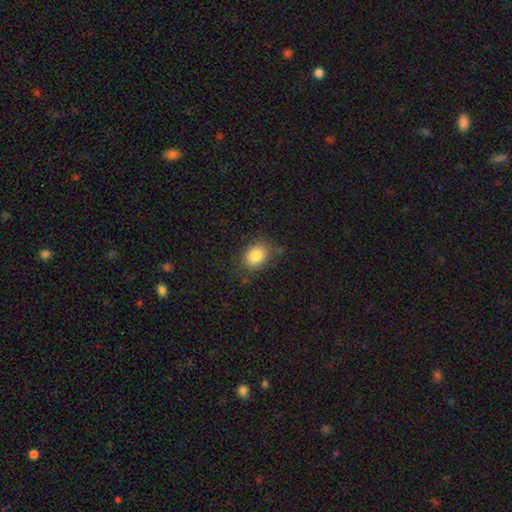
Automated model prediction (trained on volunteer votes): A smooth galaxy with no disk features (85%) that is in between round and cigar-shaped (65%). Merging: none (78%).